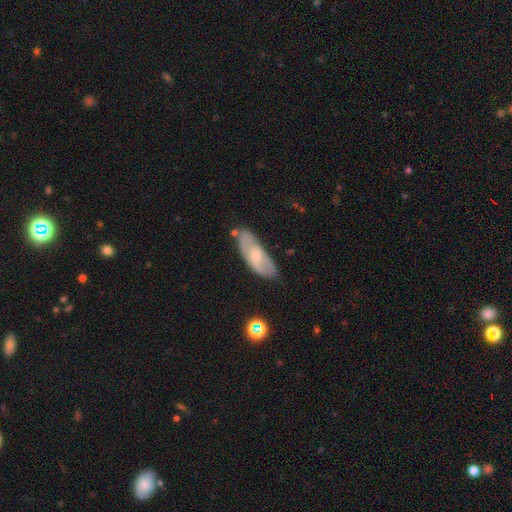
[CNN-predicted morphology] A featured or disk galaxy (50%). Merging: none (67%).